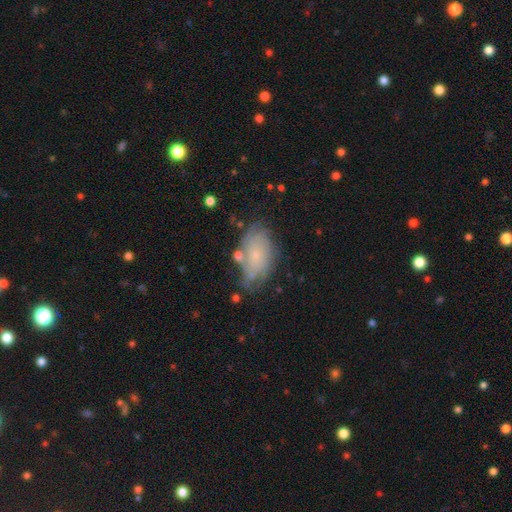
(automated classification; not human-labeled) smooth 45% (tied), featured or disk 45% (tied), star or artifact 10%. Down the decision tree: merging — none (58%).